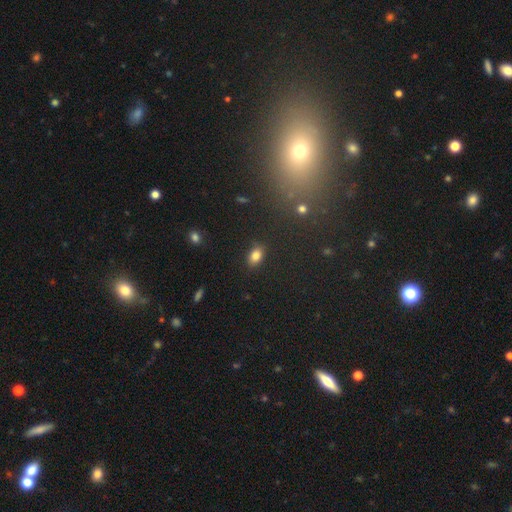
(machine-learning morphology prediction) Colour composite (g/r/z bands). It shows a smooth galaxy with no disk features (83%) that is in between round and cigar-shaped (84%). Merging: none (86%).